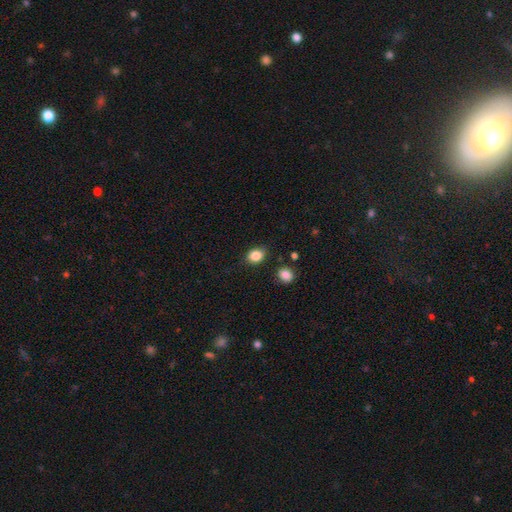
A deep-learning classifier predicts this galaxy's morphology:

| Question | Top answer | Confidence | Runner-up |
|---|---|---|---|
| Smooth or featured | smooth | 85% | star or artifact (10%) |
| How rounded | in between | 56% | round (42%) |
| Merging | none | 83% | minor disturbance (12%) |